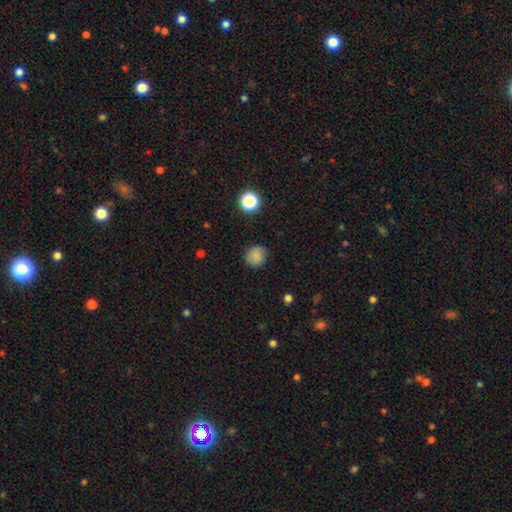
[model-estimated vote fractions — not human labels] smooth-or-featured: smooth: 83% | star or artifact: 11% | featured or disk: 6%
  how-rounded: round: 91% | in between: 8% | cigar-shaped: 1%
  merging: none: 84% | minor disturbance: 12% | major disturbance: 3% | merger: 1%